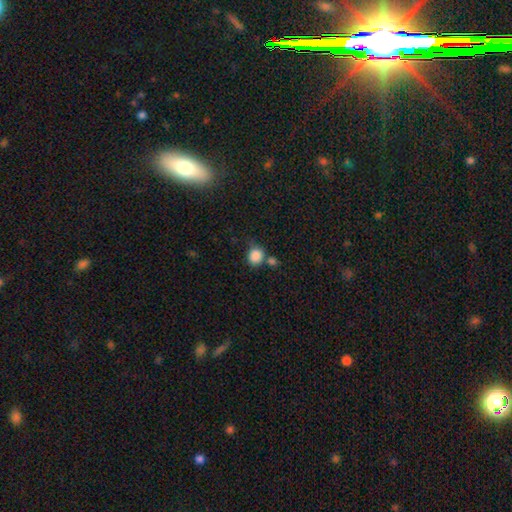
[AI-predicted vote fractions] Smooth or featured?
  - smooth: 86% *
  - star or artifact: 10%
  - featured or disk: 4%
How rounded?
  - round: 81% *
  - in between: 18%
  - cigar-shaped: 1%
Merging?
  - none: 60% *
  - merger: 20%
  - minor disturbance: 15%
  - major disturbance: 5%